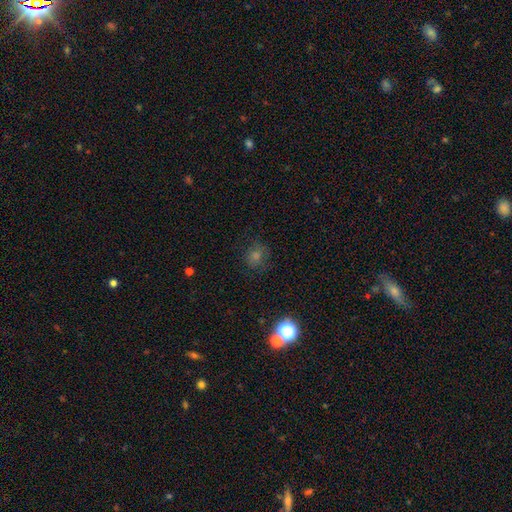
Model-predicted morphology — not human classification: This appears to be a smooth galaxy with no disk features (56%) that is round (83%). Merging: none (82%).